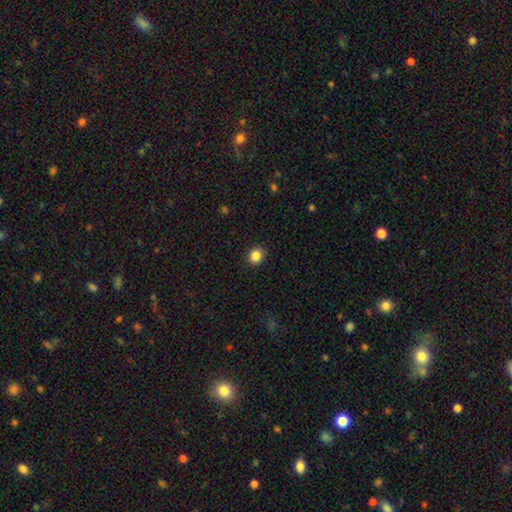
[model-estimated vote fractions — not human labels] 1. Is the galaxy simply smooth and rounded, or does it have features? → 86% smooth, 10% star or artifact, 4% featured or disk.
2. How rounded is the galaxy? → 76% round, 24% in between, 1% cigar-shaped.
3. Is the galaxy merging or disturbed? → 91% none, 6% minor disturbance, 2% major disturbance, 1% merger.